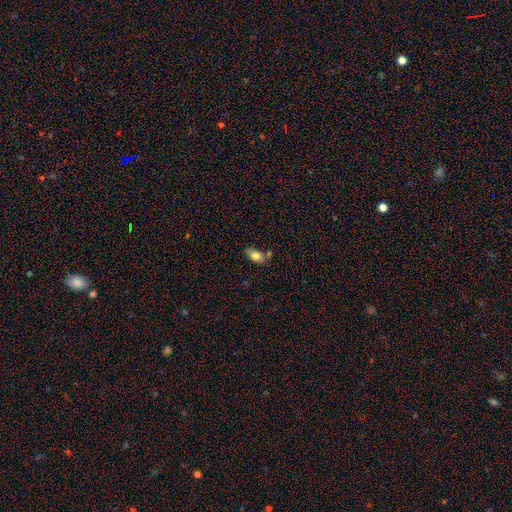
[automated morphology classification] smooth 78%, featured or disk 15%, star or artifact 8%. Down the decision tree: how rounded — in between (90%); merging — none (61%).